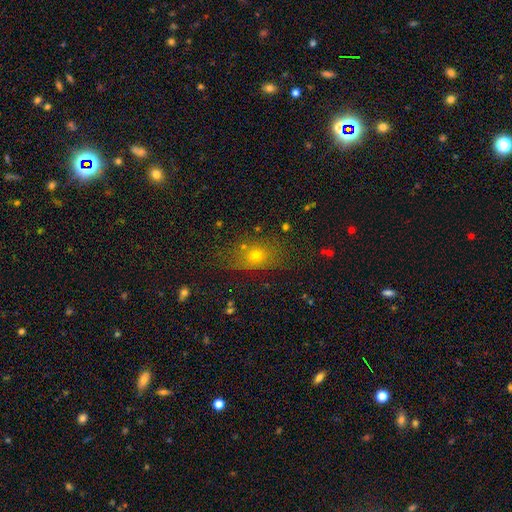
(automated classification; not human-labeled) smooth-or-featured: smooth: 55% | star or artifact: 31% | featured or disk: 14%
  how-rounded: in between: 57% | round: 37% | cigar-shaped: 6%
  merging: none: 76% | minor disturbance: 16% | major disturbance: 6% | merger: 3%